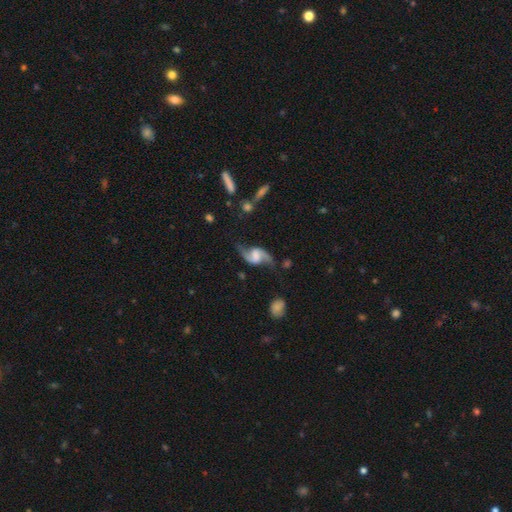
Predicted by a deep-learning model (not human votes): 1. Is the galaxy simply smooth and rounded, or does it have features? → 90% featured or disk, 6% smooth, 5% star or artifact.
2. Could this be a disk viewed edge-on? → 97% no, 3% yes.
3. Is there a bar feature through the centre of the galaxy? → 45% weak, 34% no, 21% strong.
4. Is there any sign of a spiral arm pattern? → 97% yes, 3% no.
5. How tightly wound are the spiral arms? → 70% loose, 25% medium, 5% tight.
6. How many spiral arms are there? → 94% 2, 2% can't tell, 1% 1, 1% 3, 1% 4, 1% more than 4.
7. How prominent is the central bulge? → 38% none, 23% moderate, 19% large, 17% small, 3% dominant.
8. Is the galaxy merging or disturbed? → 73% none, 16% minor disturbance, 8% major disturbance, 3% merger.